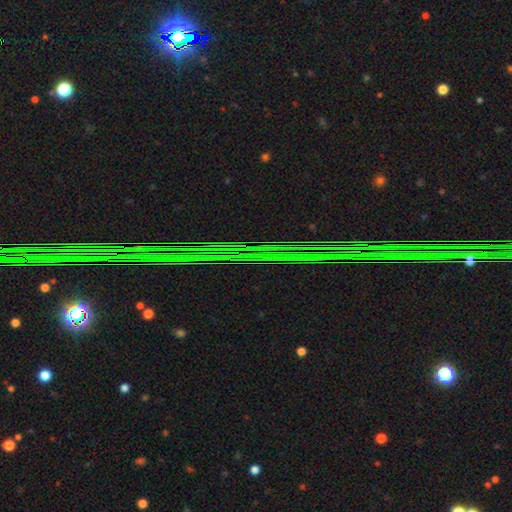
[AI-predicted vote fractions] star or artifact 83%, featured or disk 10%, smooth 6%.